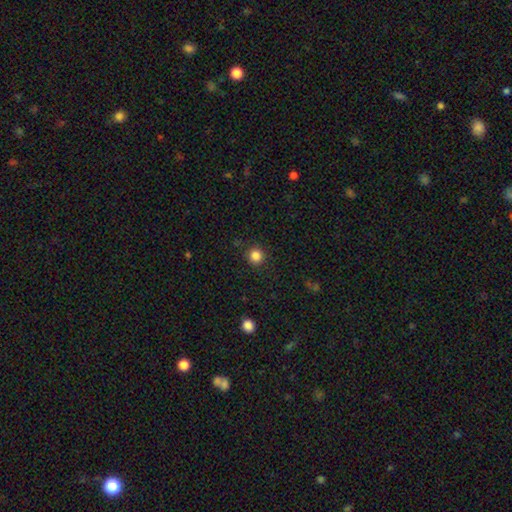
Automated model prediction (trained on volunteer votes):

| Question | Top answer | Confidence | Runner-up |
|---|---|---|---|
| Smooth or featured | smooth | 84% | star or artifact (12%) |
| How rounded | round | 93% | in between (6%) |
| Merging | none | 90% | minor disturbance (6%) |